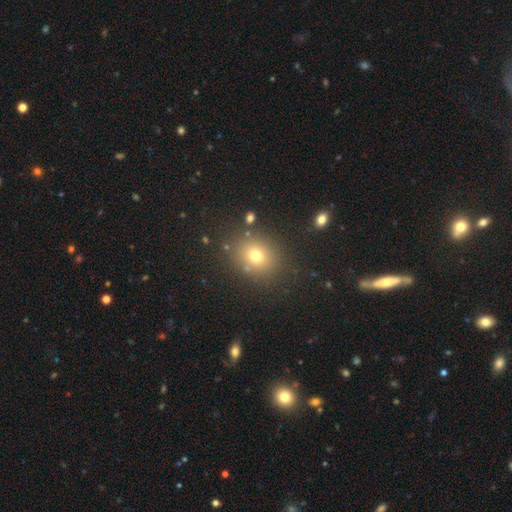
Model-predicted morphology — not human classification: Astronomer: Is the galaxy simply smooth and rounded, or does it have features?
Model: smooth — 71%.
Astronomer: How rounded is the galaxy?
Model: round — 65%.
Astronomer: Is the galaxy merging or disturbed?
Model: none — 84%.